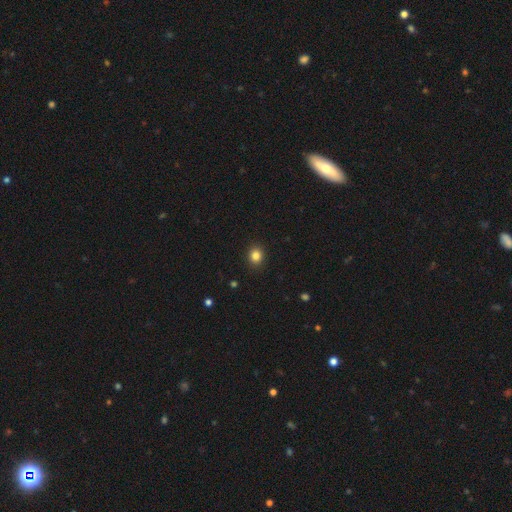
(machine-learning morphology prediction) smooth 84%, star or artifact 11%, featured or disk 5%. Down the decision tree: how rounded — round (72%); merging — none (91%).